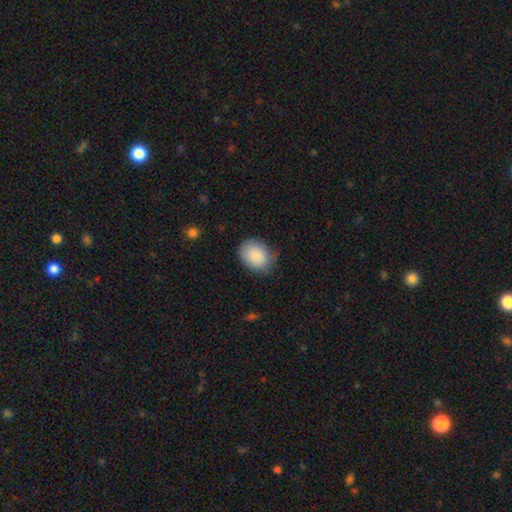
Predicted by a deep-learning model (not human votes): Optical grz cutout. It shows a smooth galaxy with no disk features (87%) that is in between round and cigar-shaped (58%). Merging: none (70%).